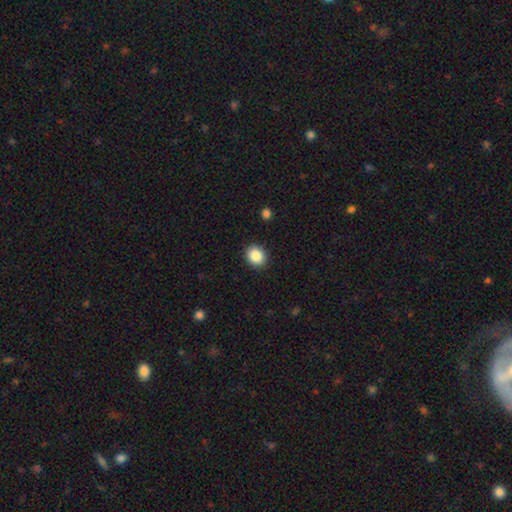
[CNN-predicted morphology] Q: Smooth or featured?
A: smooth (87%); runner-up: star or artifact (9%)
Q: How rounded?
A: round (64%); runner-up: in between (35%)
Q: Merging?
A: none (91%); runner-up: minor disturbance (6%)